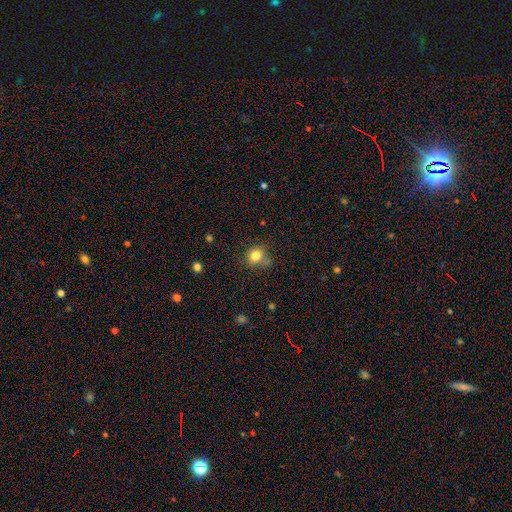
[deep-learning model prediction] Smooth or featured? Predicted: smooth (p=0.82). How rounded? Predicted: round (p=0.78). Merging? Predicted: none (p=0.68).